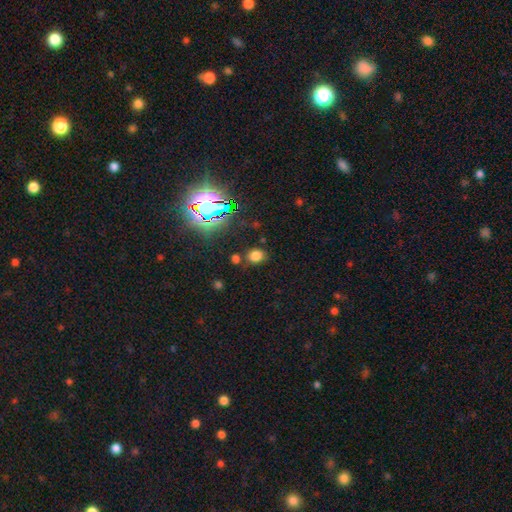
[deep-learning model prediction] Smooth or featured?
  - smooth: 71% *
  - star or artifact: 23%
  - featured or disk: 7%
How rounded?
  - in between: 52% *
  - round: 47%
  - cigar-shaped: 1%
Merging?
  - none: 77% *
  - minor disturbance: 12%
  - merger: 7%
  - major disturbance: 4%